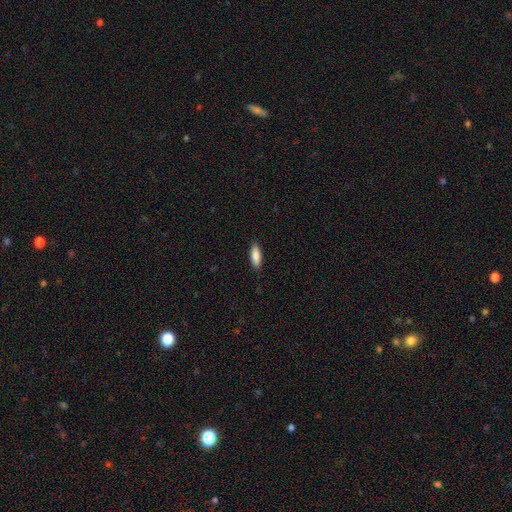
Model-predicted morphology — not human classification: Smooth or featured?
  - smooth: 87% *
  - featured or disk: 7%
  - star or artifact: 6%
How rounded?
  - in between: 60% *
  - cigar-shaped: 38%
  - round: 2%
Merging?
  - none: 89% *
  - minor disturbance: 8%
  - major disturbance: 2%
  - merger: 1%